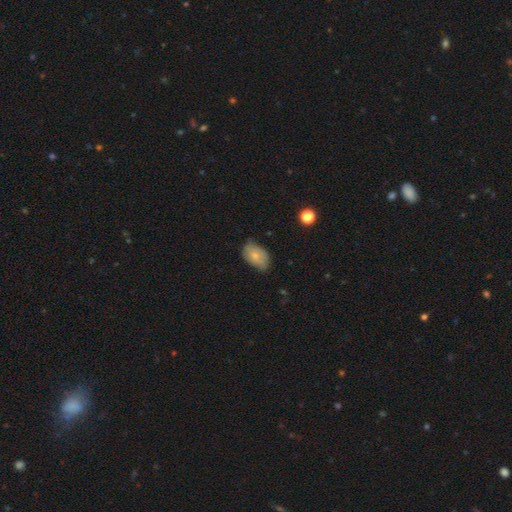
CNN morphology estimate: smooth_or_featured: smooth (p=0.71) [alt: featured or disk p=0.22]
how_rounded: in between (p=0.88) [alt: round p=0.11]
merging: none (p=0.62) [alt: minor disturbance p=0.32]